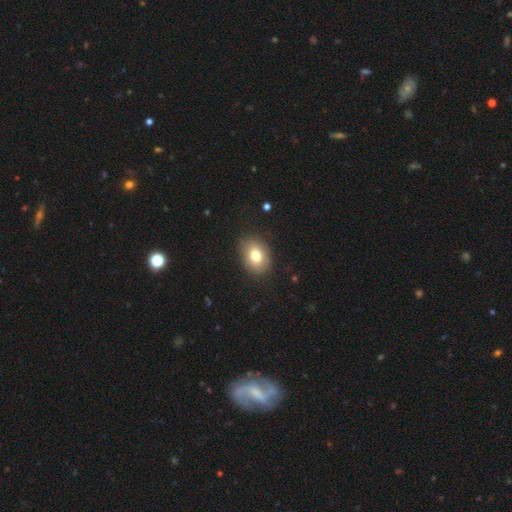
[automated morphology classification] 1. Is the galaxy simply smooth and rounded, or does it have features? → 79% smooth, 13% featured or disk, 9% star or artifact.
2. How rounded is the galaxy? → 73% in between, 26% round, 1% cigar-shaped.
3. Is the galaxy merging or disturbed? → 85% none, 11% minor disturbance, 3% major disturbance, 1% merger.